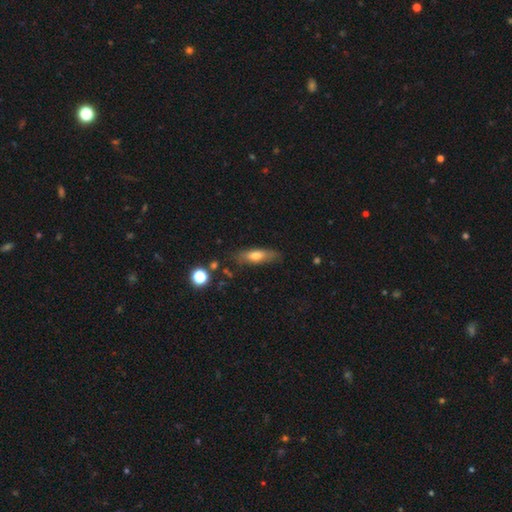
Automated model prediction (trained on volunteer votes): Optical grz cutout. It shows a smooth galaxy with no disk features (65%) that is cigar-shaped (51%). Merging: none (76%).